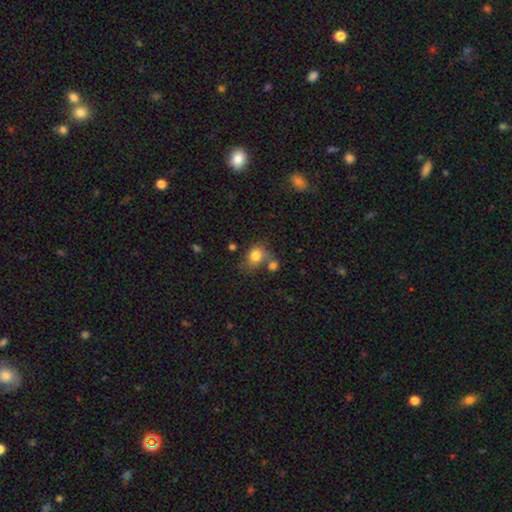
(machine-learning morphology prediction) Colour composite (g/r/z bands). It shows a smooth galaxy with no disk features (81%) that is round (52%). Merging: none (47%).